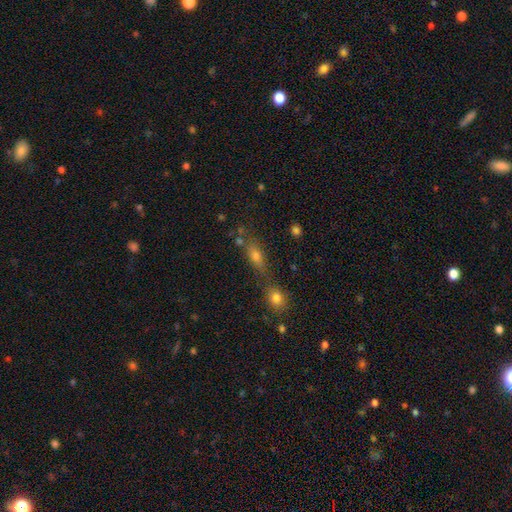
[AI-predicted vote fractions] smooth_or_featured: smooth (p=0.65) [alt: featured or disk p=0.18]
how_rounded: in between (p=0.59) [alt: cigar-shaped p=0.24]
merging: none (p=0.47) [alt: merger p=0.34]